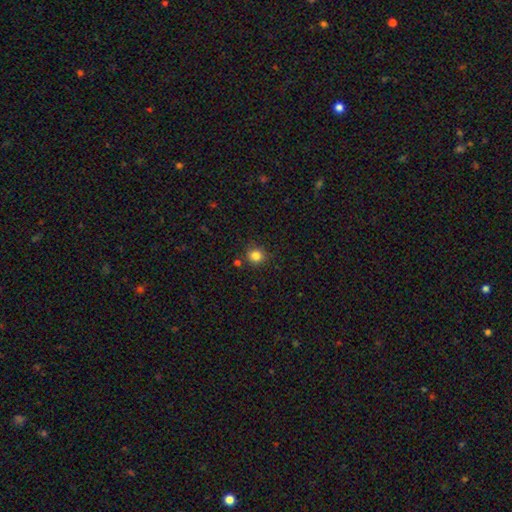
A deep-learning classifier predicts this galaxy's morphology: This is clearly a smooth galaxy (83%). How rounded: clearly round (92%). Merging: clearly none (84%).